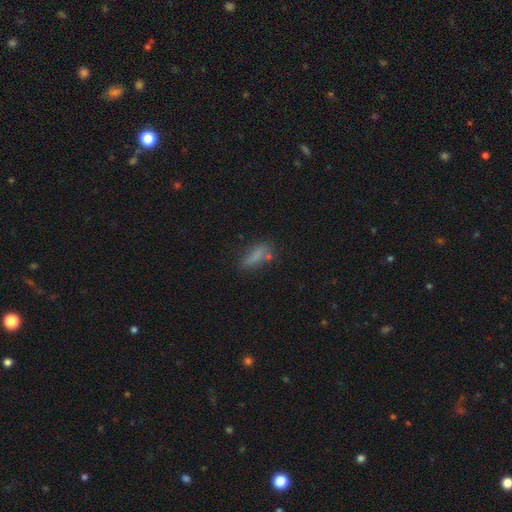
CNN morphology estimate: Smooth or featured: smooth — 72% (featured or disk — 17%)
How rounded: cigar-shaped — 49% (in between — 48%)
Merging: none — 59% (minor disturbance — 24%)